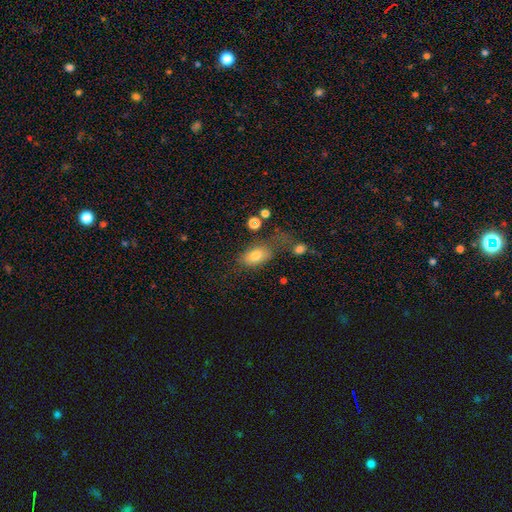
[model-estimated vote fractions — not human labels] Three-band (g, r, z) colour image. It shows a smooth galaxy with no disk features (77%) that is in between round and cigar-shaped (86%). Merging: none (54%).